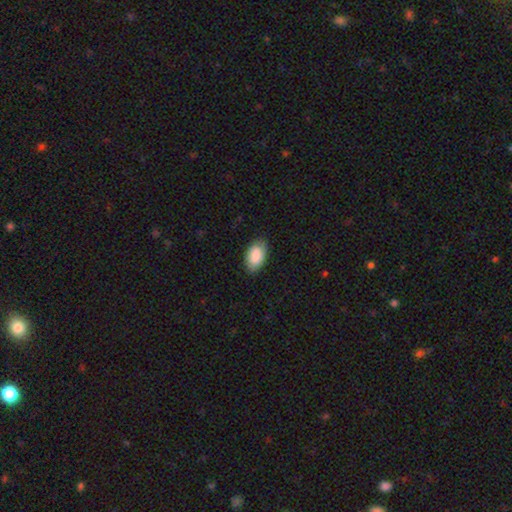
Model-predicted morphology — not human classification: type=smooth (89%); roundness=in between (95%); merging=none (85%).